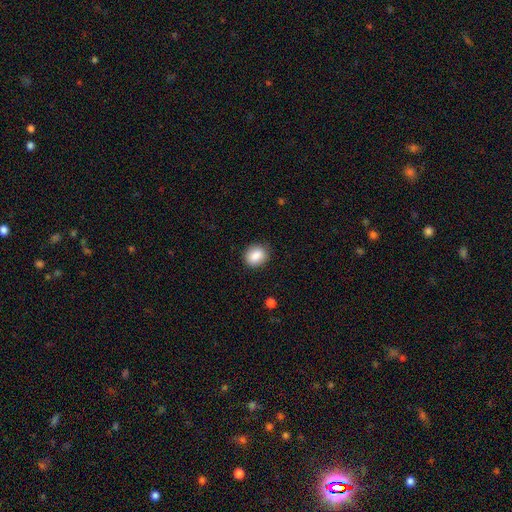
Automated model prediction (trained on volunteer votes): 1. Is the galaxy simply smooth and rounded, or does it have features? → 88% smooth, 8% star or artifact, 5% featured or disk.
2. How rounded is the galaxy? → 54% round, 45% in between, 1% cigar-shaped.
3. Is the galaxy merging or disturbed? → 85% none, 11% minor disturbance, 3% major disturbance, 1% merger.